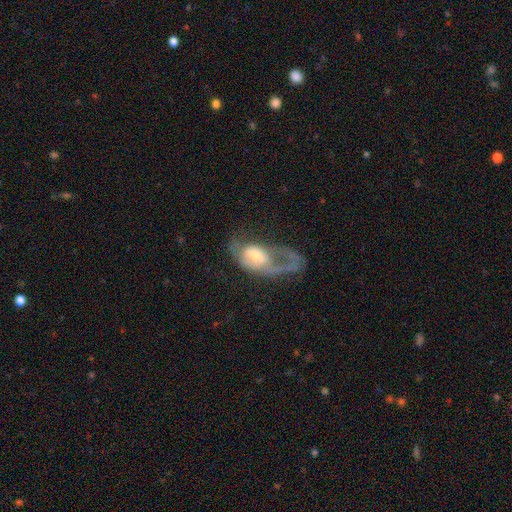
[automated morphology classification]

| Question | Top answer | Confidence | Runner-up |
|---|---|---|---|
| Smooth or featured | featured or disk | 59% | smooth (34%) |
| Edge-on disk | no | 94% | yes (6%) |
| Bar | no | 65% | weak (28%) |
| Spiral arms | yes | 57% | no (43%) |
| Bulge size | moderate | 54% | small (30%) |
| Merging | major disturbance | 63% | none (18%) |